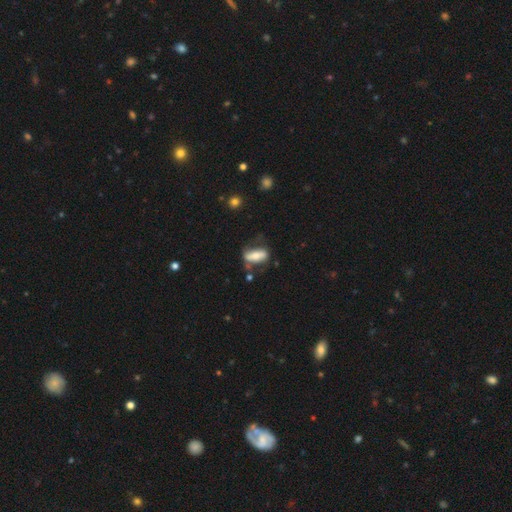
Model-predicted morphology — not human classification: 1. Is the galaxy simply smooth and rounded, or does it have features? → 54% smooth, 39% featured or disk, 7% star or artifact.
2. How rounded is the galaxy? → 72% in between, 24% cigar-shaped, 4% round.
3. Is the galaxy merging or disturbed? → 50% none, 27% minor disturbance, 16% major disturbance, 7% merger.